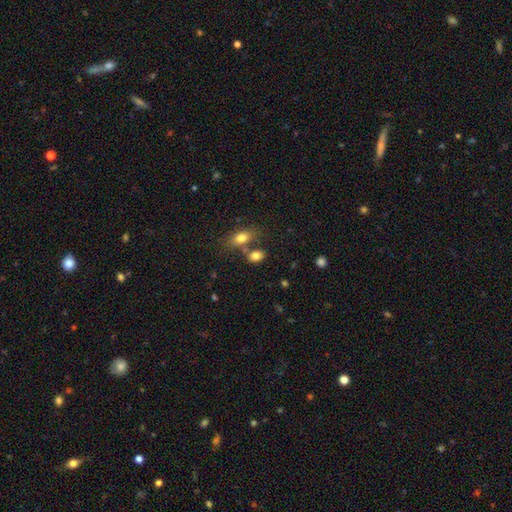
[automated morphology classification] Smooth or featured? smooth (82%)
How rounded? in between (79%)
Merging? none (56%)